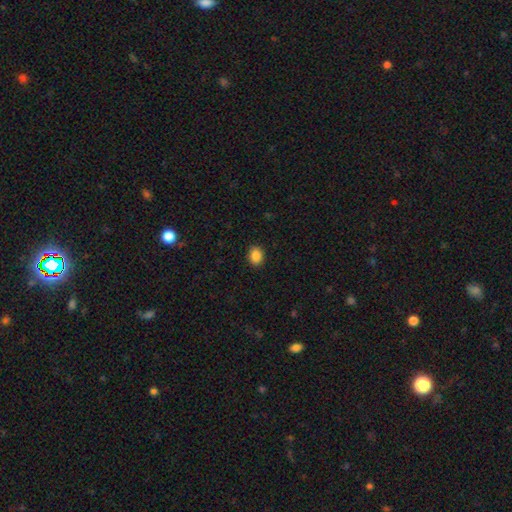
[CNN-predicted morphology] Q: Smooth or featured?
A: smooth (88%); runner-up: star or artifact (9%)
Q: How rounded?
A: in between (57%); runner-up: round (42%)
Q: Merging?
A: none (89%); runner-up: minor disturbance (8%)